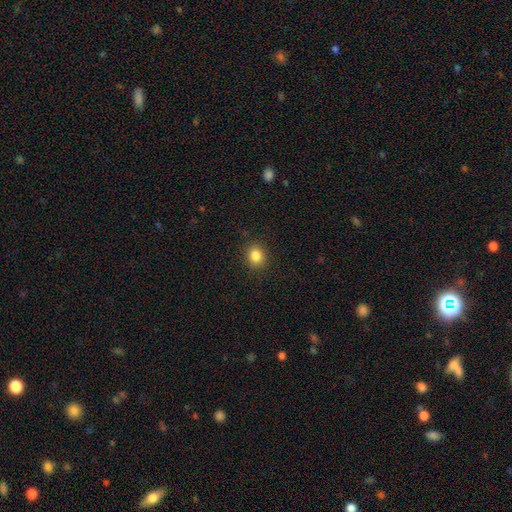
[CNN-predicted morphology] Overall: smooth (84%). How rounded: round (69%; in between 30%). Merging: none (89%).